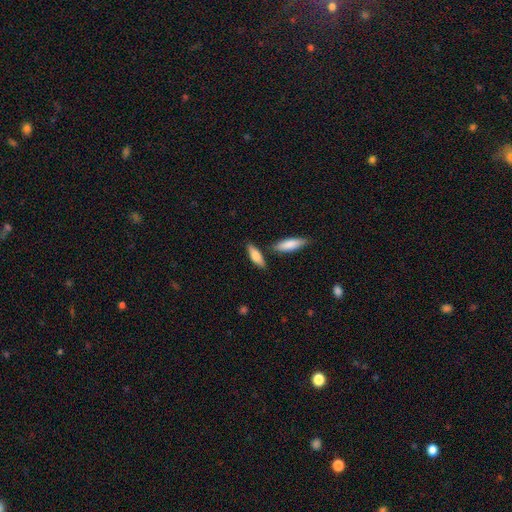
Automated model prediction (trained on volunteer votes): Smooth or featured: smooth — 76% (featured or disk — 18%)
How rounded: in between — 56% (cigar-shaped — 42%)
Merging: none — 72% (minor disturbance — 13%)